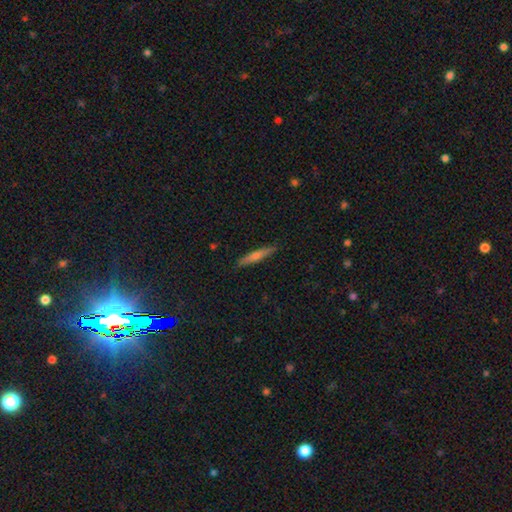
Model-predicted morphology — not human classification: This is possibly a featured or disk galaxy (47%). Merging: clearly none (90%).